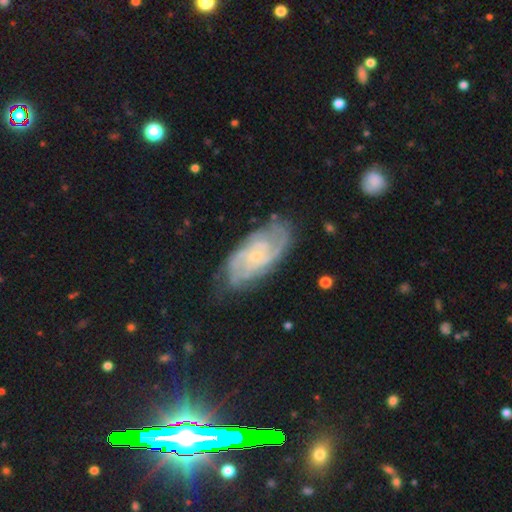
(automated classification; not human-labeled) Smooth or featured: featured or disk — 81% (smooth — 12%)
Edge-on disk: no — 95% (yes — 5%)
Bar: no — 70% (weak — 26%)
Spiral arms: yes — 95% (no — 5%)
Spiral winding: tight — 62% (medium — 31%)
Spiral arm count: can't tell — 35% (2 — 27%)
Bulge size: small — 78% (moderate — 16%)
Merging: none — 72% (minor disturbance — 20%)